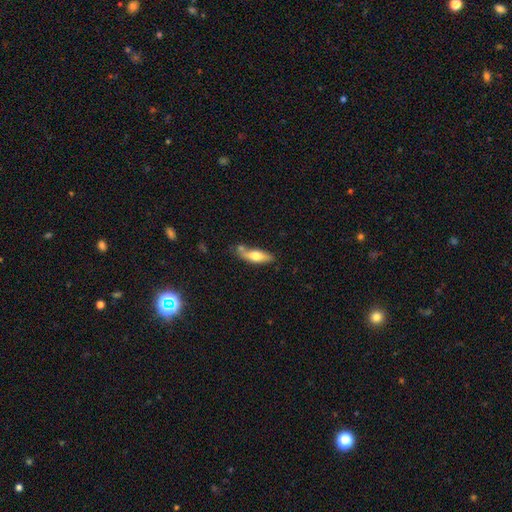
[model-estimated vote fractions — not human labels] The model was most divided on "how rounded": in between: 51%, cigar-shaped: 46%, round: 3%. More confident: merging — none (65%); smooth or featured — smooth (60%).